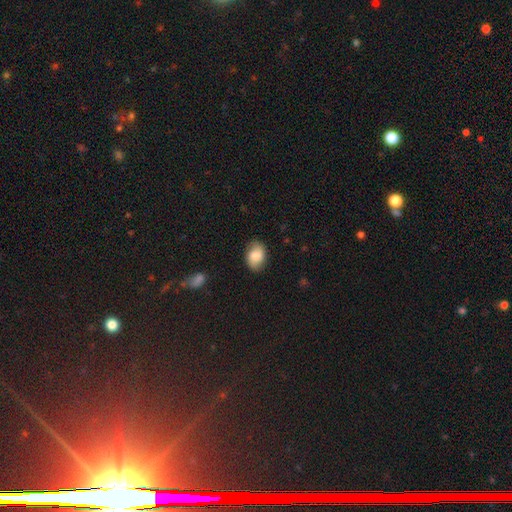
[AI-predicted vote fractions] A smooth galaxy with no disk features (75%) that is in between round and cigar-shaped (78%).

Vote fractions:
- Smooth or featured? smooth: 75% / featured or disk: 18% / star or artifact: 8%
- How rounded? in between: 78% / round: 20% / cigar-shaped: 1%
- Merging? none: 79% / minor disturbance: 16% / major disturbance: 4% / merger: 1%